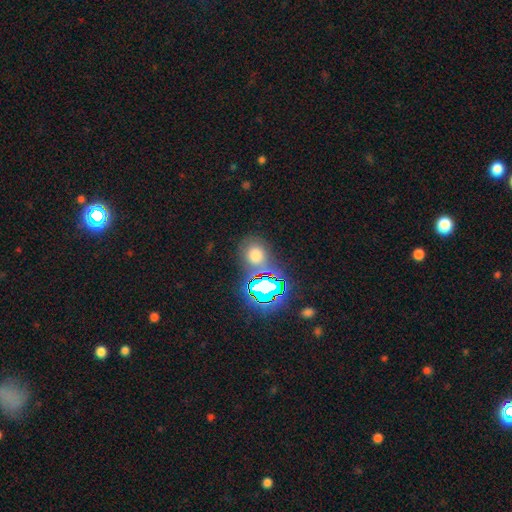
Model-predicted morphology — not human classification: This appears to be a smooth galaxy with no disk features (56%) that is round (66%). Merging: none (70%).